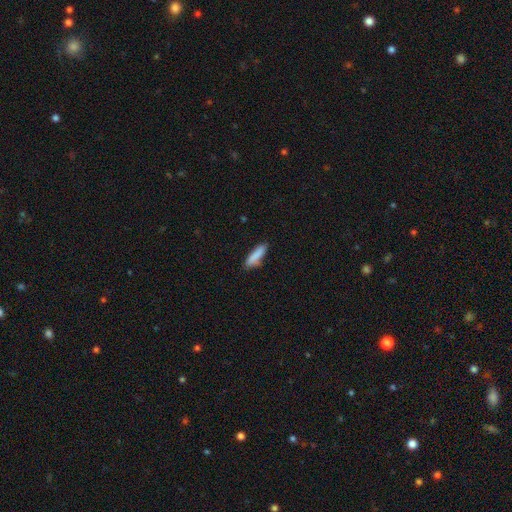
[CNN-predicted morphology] smooth 86%, featured or disk 8%, star or artifact 6%. Down the decision tree: how rounded — cigar-shaped (67%); merging — none (78%).